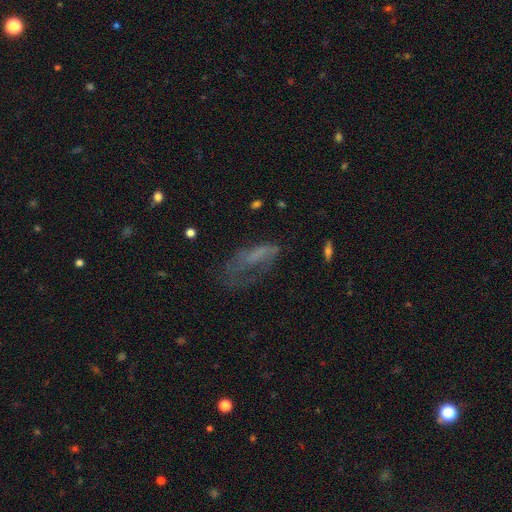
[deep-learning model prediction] Overall: smooth (42%; featured or disk 41%). Merging: major disturbance (45%; none 30%).